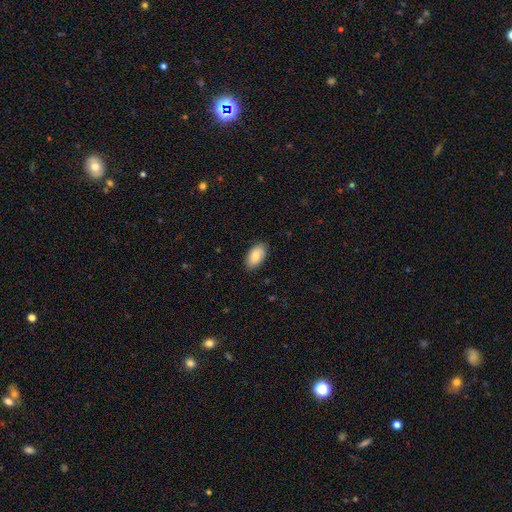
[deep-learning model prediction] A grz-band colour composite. It shows a smooth galaxy with no disk features (82%) that is in between round and cigar-shaped (95%). Merging: none (86%).